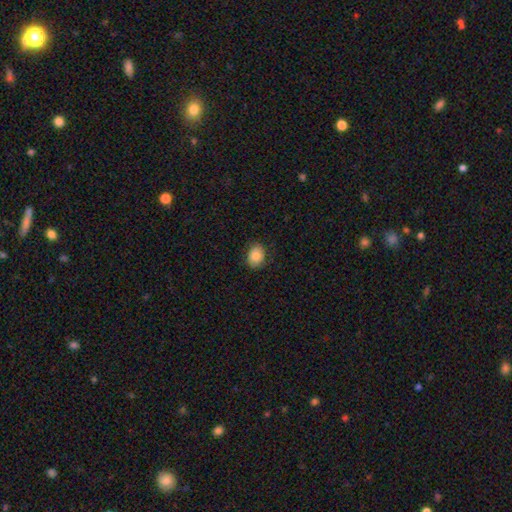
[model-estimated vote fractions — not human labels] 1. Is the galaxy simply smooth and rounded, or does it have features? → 82% smooth, 10% featured or disk, 8% star or artifact.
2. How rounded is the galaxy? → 59% in between, 40% round, 1% cigar-shaped.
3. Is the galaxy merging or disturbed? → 85% none, 11% minor disturbance, 3% major disturbance, 1% merger.